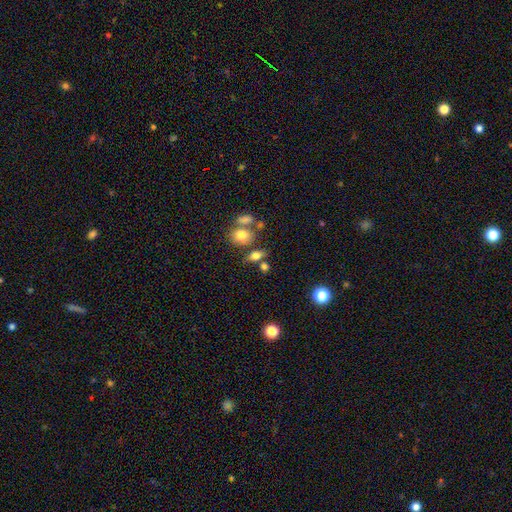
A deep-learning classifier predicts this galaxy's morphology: This appears to be a smooth galaxy with no disk features (75%) that is in between round and cigar-shaped (73%). Merging: none (56%).